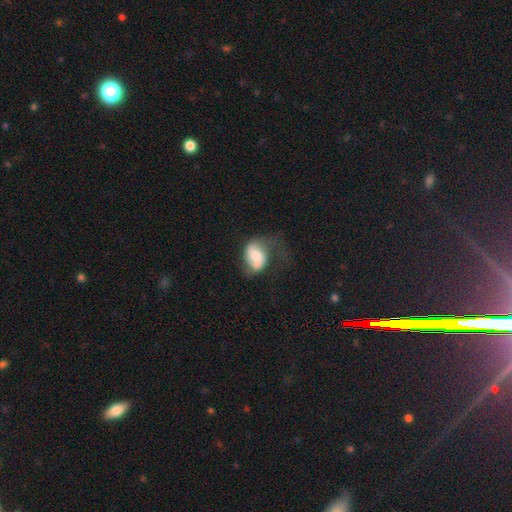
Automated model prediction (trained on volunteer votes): Q: Smooth or featured?
A: smooth (49%); runner-up: featured or disk (43%)
Q: Merging?
A: major disturbance (38%); runner-up: none (28%)